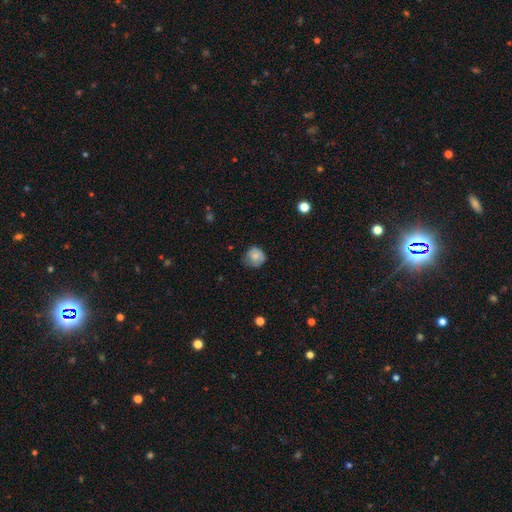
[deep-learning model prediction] Morphology: type=smooth (79%); roundness=round (85%); merging=none (62%).